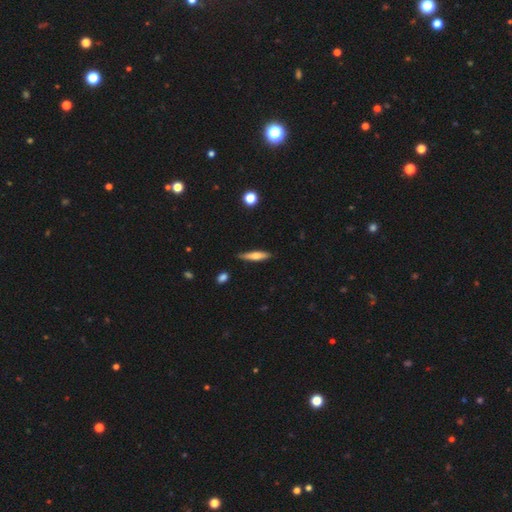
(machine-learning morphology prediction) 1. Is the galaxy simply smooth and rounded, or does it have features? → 59% smooth, 35% featured or disk, 6% star or artifact.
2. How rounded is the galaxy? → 82% cigar-shaped, 16% in between, 2% round.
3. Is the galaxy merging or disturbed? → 84% none, 12% minor disturbance, 2% major disturbance, 2% merger.